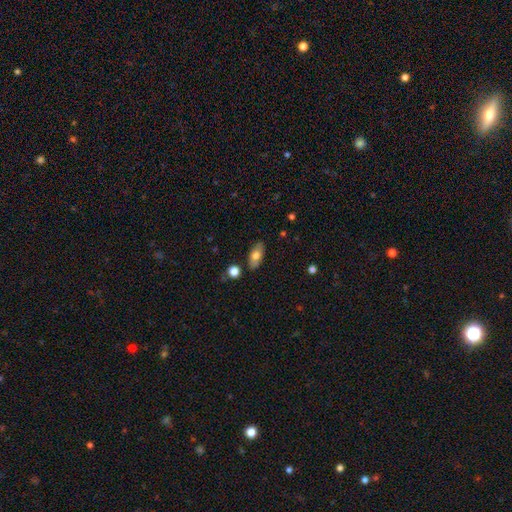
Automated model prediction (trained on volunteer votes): Smooth or featured? Predicted: smooth (p=0.71). How rounded? Predicted: in between (p=0.86). Merging? Predicted: none (p=0.85).